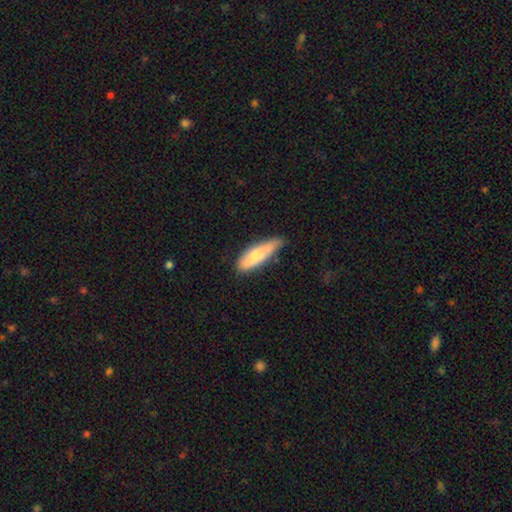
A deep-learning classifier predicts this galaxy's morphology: Q: Smooth or featured?
A: smooth (71%); runner-up: featured or disk (23%)
Q: How rounded?
A: in between (54%); runner-up: cigar-shaped (44%)
Q: Merging?
A: none (56%); runner-up: minor disturbance (36%)